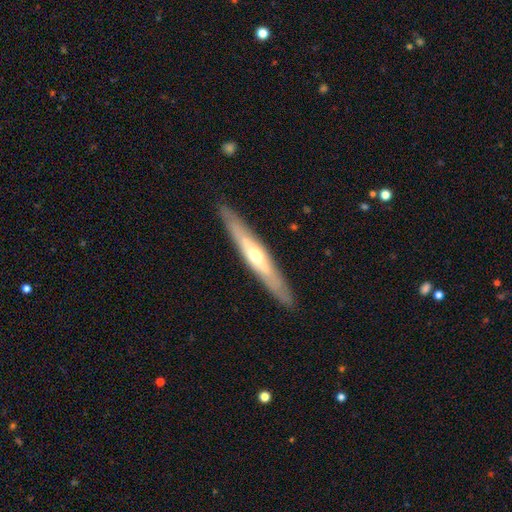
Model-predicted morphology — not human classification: Q: Smooth or featured?
A: featured or disk (64%); runner-up: smooth (31%)
Q: Edge-on disk?
A: yes (85%); runner-up: no (15%)
Q: Edge-on bulge?
A: rounded (81%); runner-up: none (16%)
Q: Merging?
A: none (89%); runner-up: minor disturbance (8%)